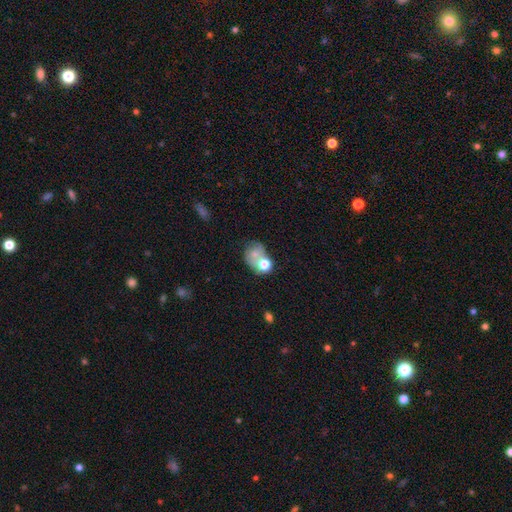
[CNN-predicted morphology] A smooth galaxy with no disk features (58%) that is round (52%).

Vote fractions:
- Smooth or featured? smooth: 58% / featured or disk: 30% / star or artifact: 12%
- How rounded? round: 52% / in between: 47% / cigar-shaped: 1%
- Merging? merger: 42% / none: 31% / minor disturbance: 15% / major disturbance: 12%